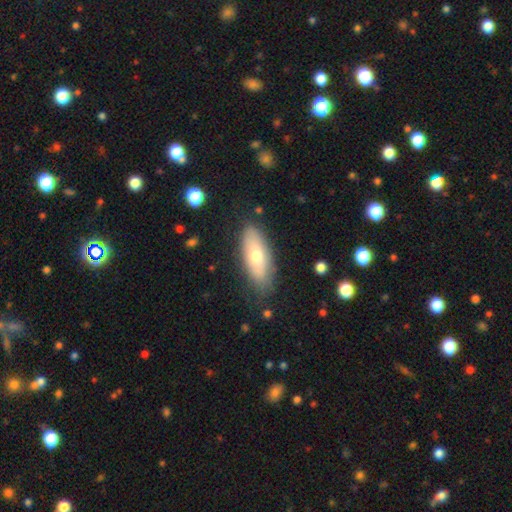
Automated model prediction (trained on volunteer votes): Smooth or featured: smooth — 64% (featured or disk — 30%)
How rounded: in between — 78% (cigar-shaped — 19%)
Merging: none — 79% (minor disturbance — 16%)